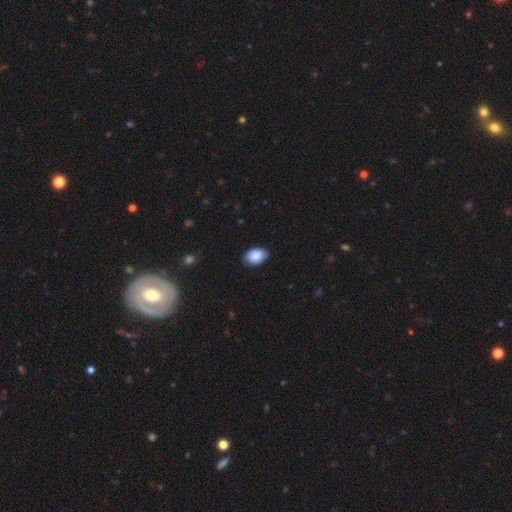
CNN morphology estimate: Smooth or featured: smooth — 88% (star or artifact — 7%)
How rounded: in between — 86% (round — 13%)
Merging: none — 83% (minor disturbance — 14%)